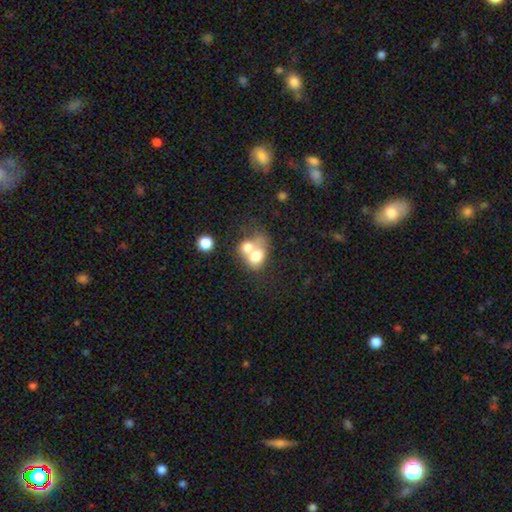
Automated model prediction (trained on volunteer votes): Smooth or featured? Predicted: smooth (p=0.68). How rounded? Predicted: in between (p=0.55). Merging? Predicted: merger (p=0.71).